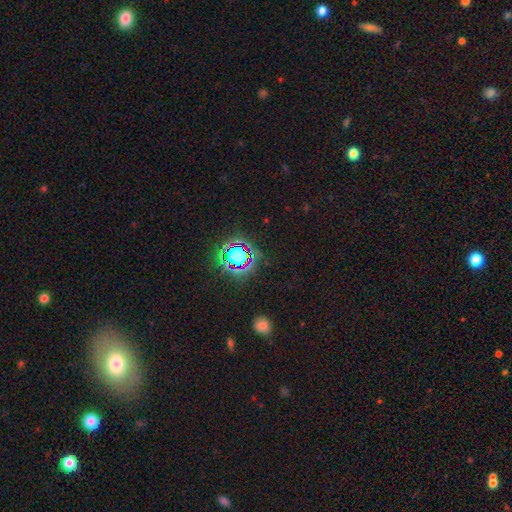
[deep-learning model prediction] Morphology: type=star or artifact (77%).